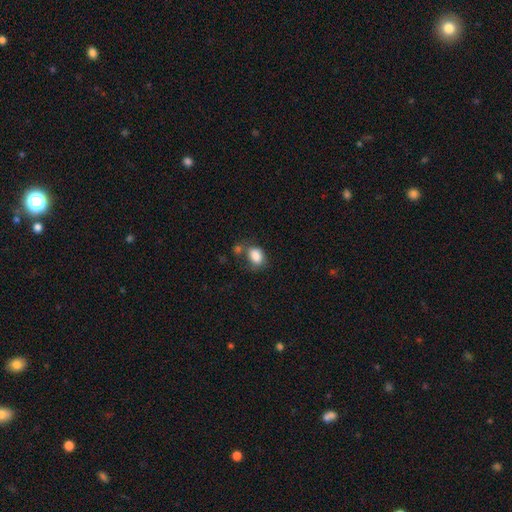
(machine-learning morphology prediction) Smooth or featured? Predicted: smooth (p=0.85). How rounded? Predicted: in between (p=0.71). Merging? Predicted: none (p=0.52).